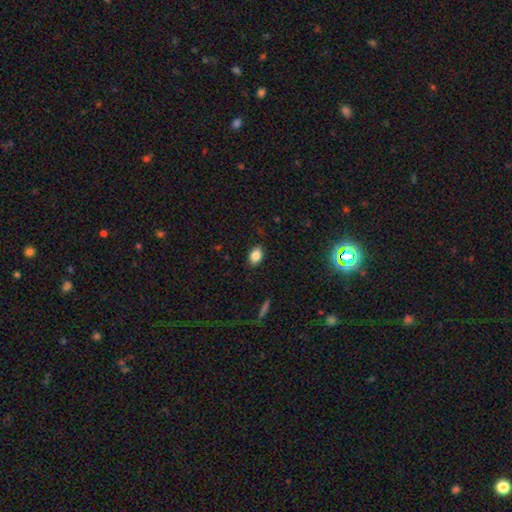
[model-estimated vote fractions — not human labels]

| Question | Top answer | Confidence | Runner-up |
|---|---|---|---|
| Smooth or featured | smooth | 84% | star or artifact (9%) |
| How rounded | in between | 82% | round (16%) |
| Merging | none | 85% | minor disturbance (12%) |